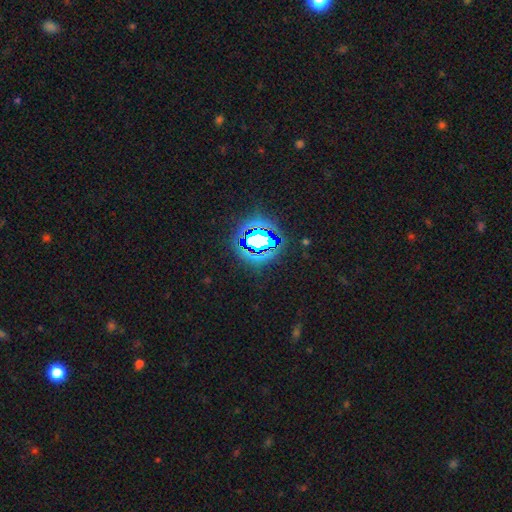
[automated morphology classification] Smooth or featured? star or artifact (82%)